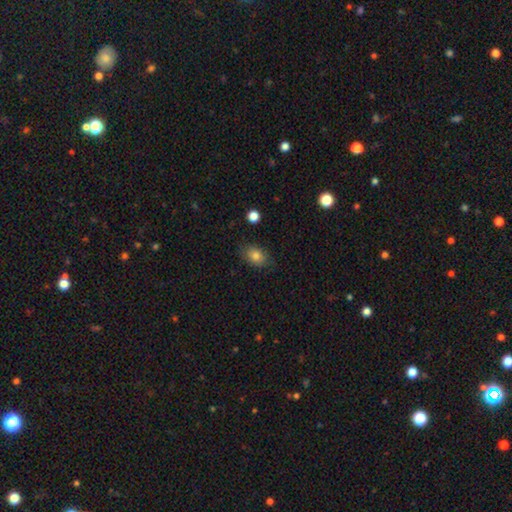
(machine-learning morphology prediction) A smooth galaxy with no disk features (81%) that is in between round and cigar-shaped (77%).

Vote fractions:
- Smooth or featured? smooth: 81% / featured or disk: 9% / star or artifact: 9%
- How rounded? in between: 77% / round: 22% / cigar-shaped: 1%
- Merging? none: 81% / minor disturbance: 15% / major disturbance: 3% / merger: 1%